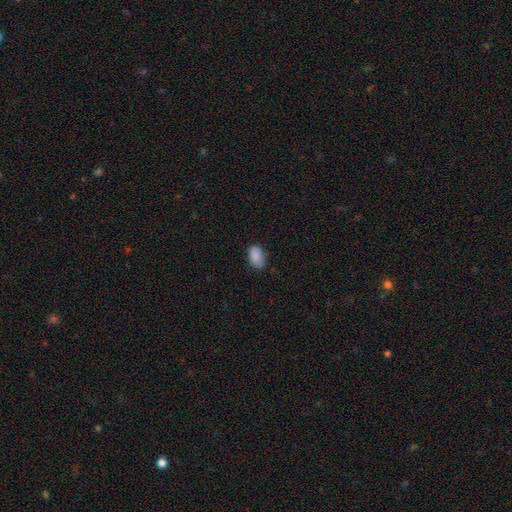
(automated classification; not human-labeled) This appears to be a smooth galaxy with no disk features (89%) that is in between round and cigar-shaped (91%). Merging: none (78%).